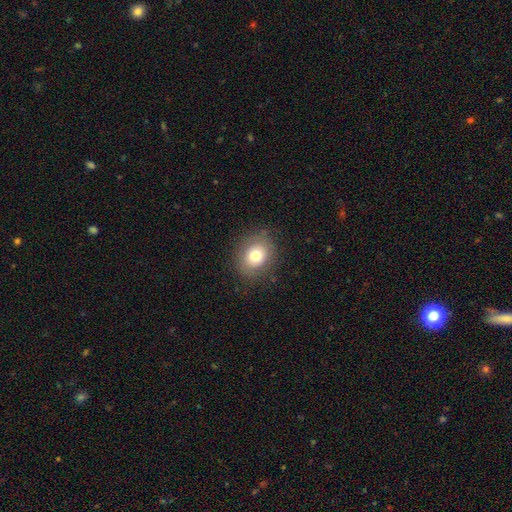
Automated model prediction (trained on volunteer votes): Smooth or featured? Predicted: smooth (p=0.75). How rounded? Predicted: round (p=0.53). Merging? Predicted: none (p=0.84).